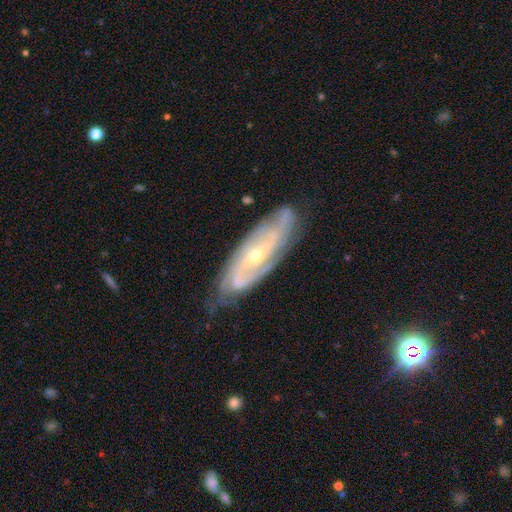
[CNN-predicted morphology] A featured or disk galaxy (86%) with no bar (44%), 2 (44%) tight (51%) spiral arms (96%) and a small central bulge (59%).

Vote fractions:
- Smooth or featured? featured or disk: 86% / smooth: 8% / star or artifact: 6%
- Edge-on disk? no: 87% / yes: 13%
- Bar? no: 44% / weak: 39% / strong: 17%
- Spiral arms? yes: 96% / no: 4%
- Spiral winding? tight: 51% / medium: 38% / loose: 11%
- Spiral arm count? 2: 44% / can't tell: 25% / 3: 17% / 4: 7% / more than 4: 4% / 1: 4%
- Bulge size? small: 59% / moderate: 38% / large: 1% / none: 1% / dominant: 1%
- Merging? none: 74% / minor disturbance: 20% / major disturbance: 5% / merger: 2%